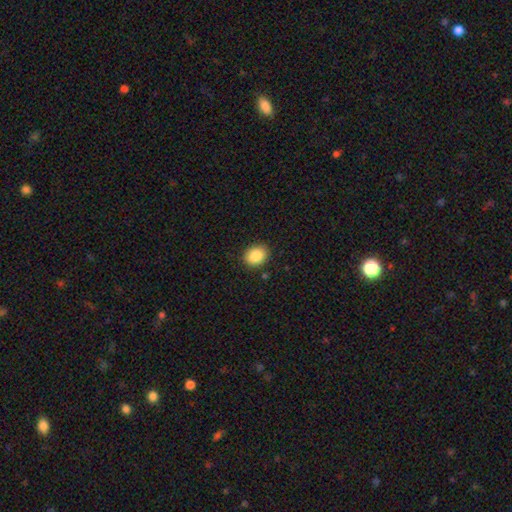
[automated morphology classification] smooth-or-featured: smooth: 88% | star or artifact: 8% | featured or disk: 4%
  how-rounded: in between: 54% | round: 45% | cigar-shaped: 1%
  merging: none: 88% | minor disturbance: 9% | major disturbance: 2% | merger: 1%